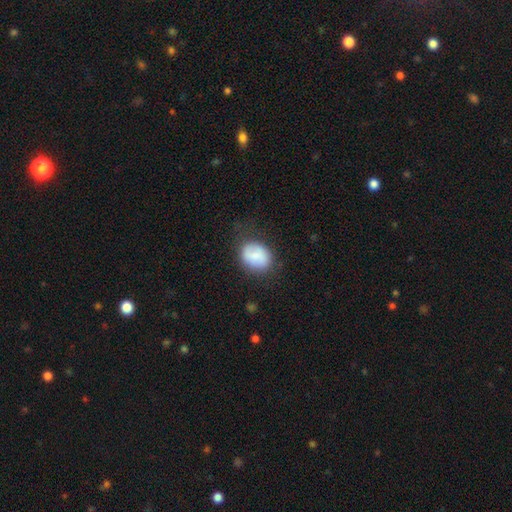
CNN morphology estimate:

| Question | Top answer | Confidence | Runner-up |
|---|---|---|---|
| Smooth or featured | smooth | 81% | featured or disk (11%) |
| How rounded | in between | 53% | round (46%) |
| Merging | none | 69% | minor disturbance (21%) |